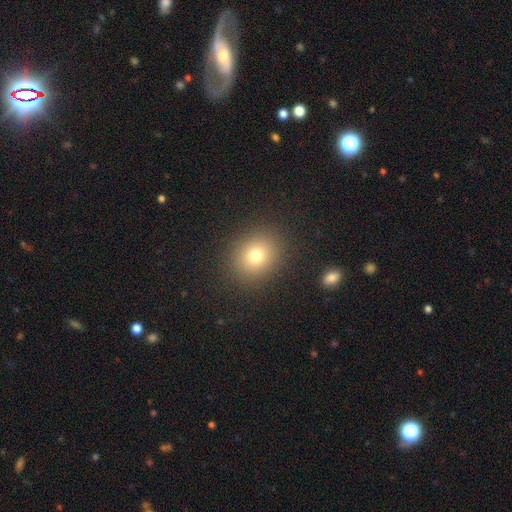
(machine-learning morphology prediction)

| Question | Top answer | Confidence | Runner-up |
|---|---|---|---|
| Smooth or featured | smooth | 74% | star or artifact (15%) |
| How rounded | round | 71% | in between (28%) |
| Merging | none | 88% | minor disturbance (7%) |